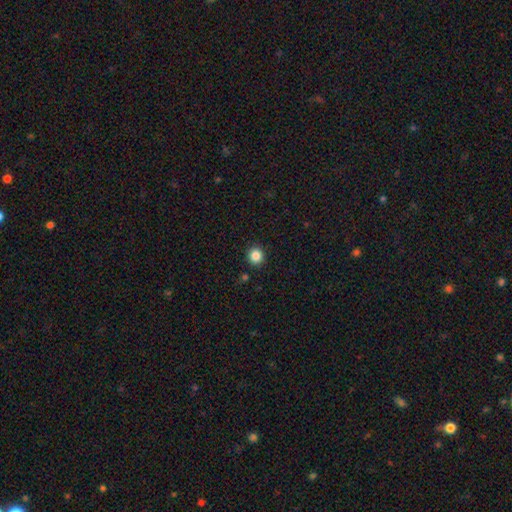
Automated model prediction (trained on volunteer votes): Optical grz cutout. It shows a smooth galaxy with no disk features (85%) that is round (91%). Merging: none (92%).